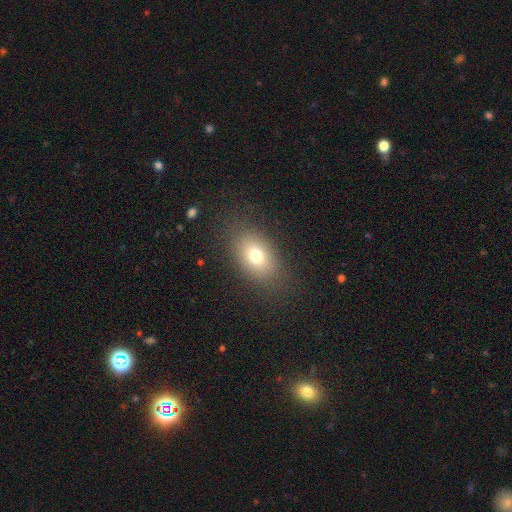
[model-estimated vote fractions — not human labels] This appears to be a smooth galaxy with no disk features (74%) that is in between round and cigar-shaped (79%). Merging: none (83%).